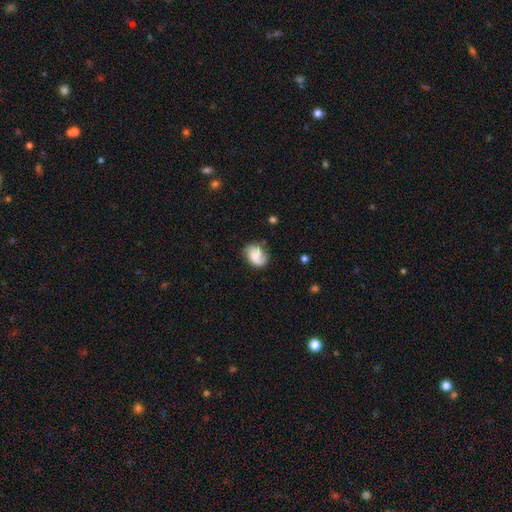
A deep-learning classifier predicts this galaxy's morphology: This is possibly a featured or disk galaxy (48%). Merging: likely none (67%).